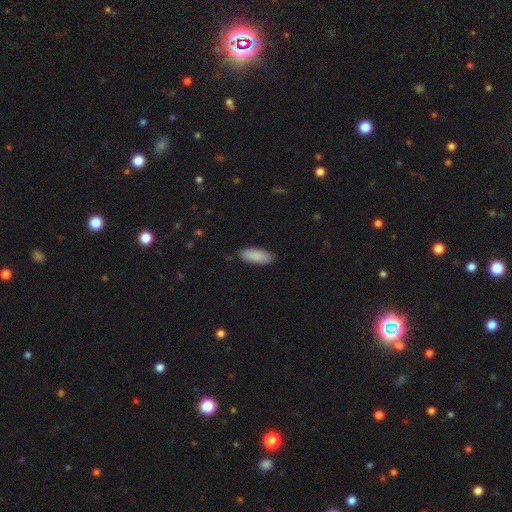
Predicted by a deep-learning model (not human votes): Smooth or featured? smooth (89%)
How rounded? in between (77%)
Merging? none (86%)